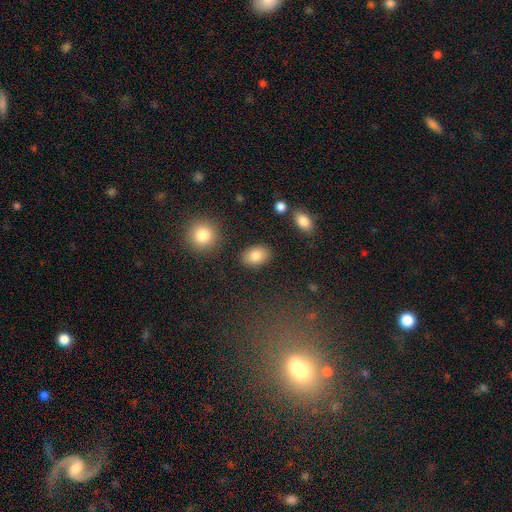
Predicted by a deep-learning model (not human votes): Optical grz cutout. It shows a smooth galaxy with no disk features (84%) that is in between round and cigar-shaped (82%). Merging: none (86%).